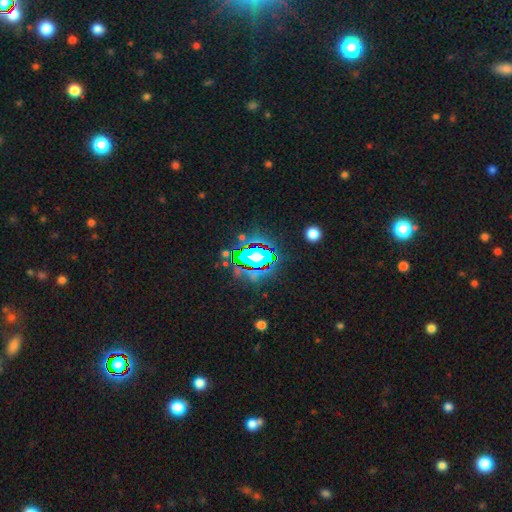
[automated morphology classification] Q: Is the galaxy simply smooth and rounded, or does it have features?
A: star or artifact — 65%.